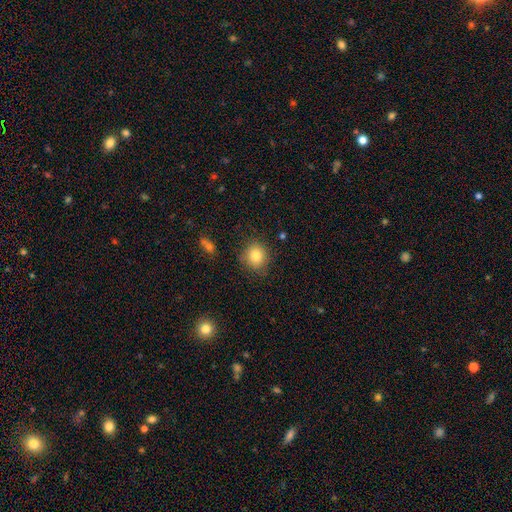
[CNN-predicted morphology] This is clearly a smooth galaxy (82%). How rounded: clearly round (85%). Merging: clearly none (85%).